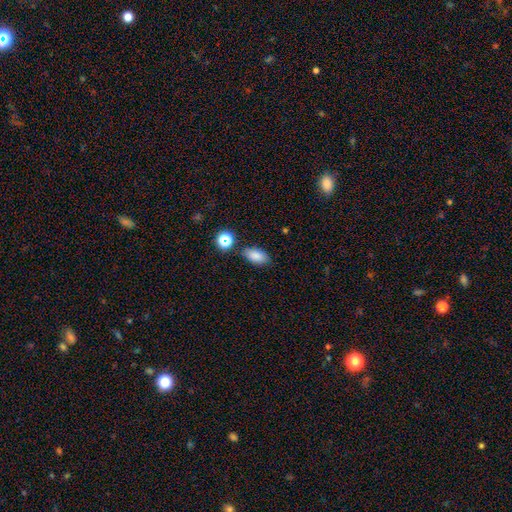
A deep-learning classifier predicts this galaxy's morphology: This appears to be a smooth galaxy with no disk features (83%) that is in between round and cigar-shaped (90%). Merging: none (80%).